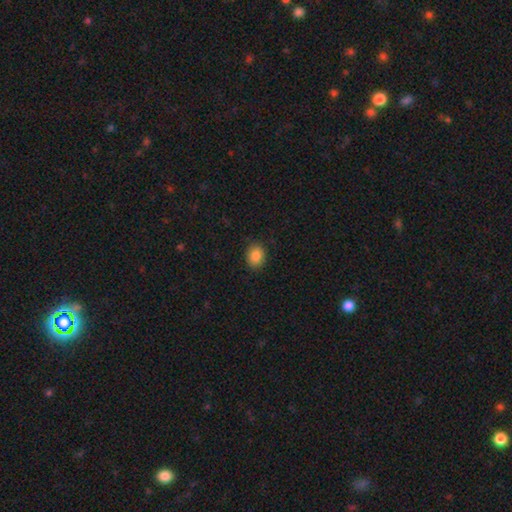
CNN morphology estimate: This appears to be a smooth galaxy with no disk features (87%) that is in between round and cigar-shaped (57%). Merging: none (87%).